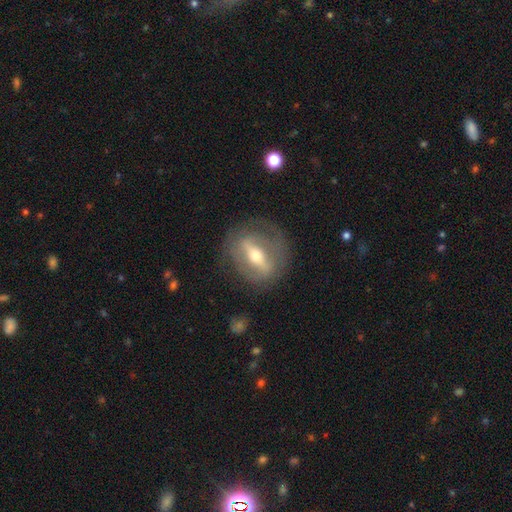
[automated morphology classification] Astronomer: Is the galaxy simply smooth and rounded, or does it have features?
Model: featured or disk — 74%.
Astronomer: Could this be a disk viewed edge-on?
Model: no — 68%.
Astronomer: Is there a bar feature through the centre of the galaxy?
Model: strong — 74%.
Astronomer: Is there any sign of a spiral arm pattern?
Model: no — 69%.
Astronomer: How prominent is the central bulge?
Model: moderate — 61%.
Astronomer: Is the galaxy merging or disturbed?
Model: none — 76%.